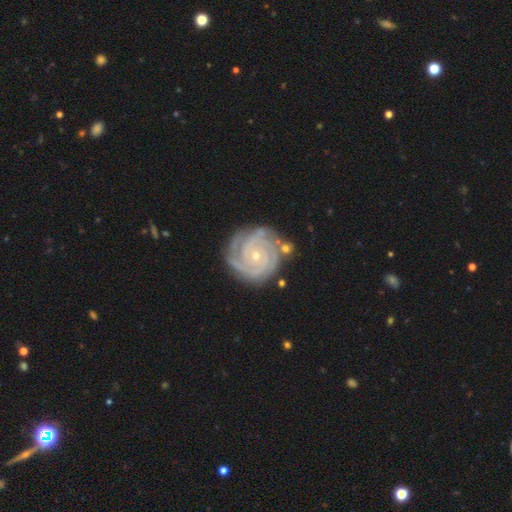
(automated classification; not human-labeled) This is clearly a featured or disk galaxy (91%). It is clearly not viewed edge-on (98%). Bar: likely no (76%). Spiral arm pattern: clearly yes (98%). Spiral arm count: marginally 3 (38%). Spiral winding: clearly tight (84%). Central bulge: likely small (78%). Merging: likely none (77%).